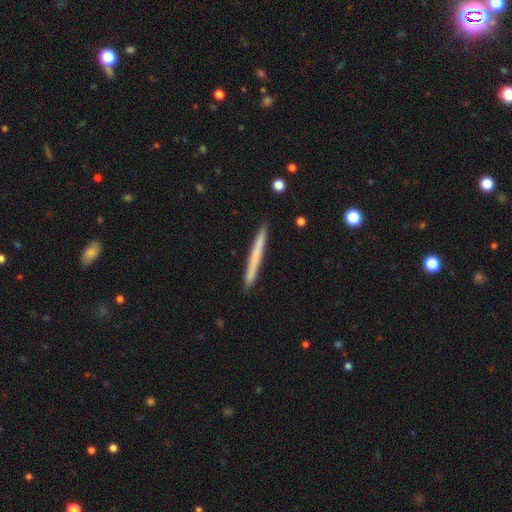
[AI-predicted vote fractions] Smooth or featured? Predicted: smooth (p=0.61). How rounded? Predicted: cigar-shaped (p=0.97). Merging? Predicted: none (p=0.91).